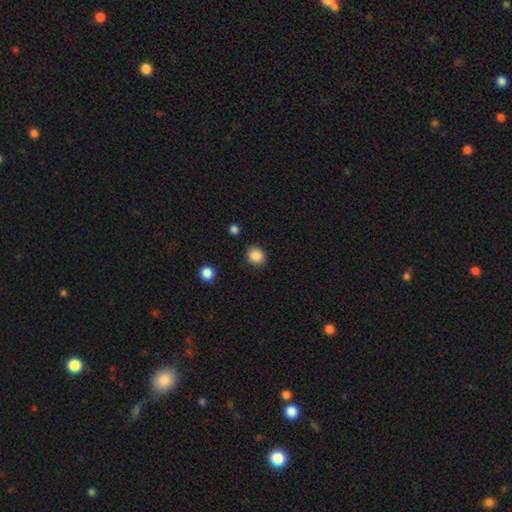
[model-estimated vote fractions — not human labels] This is clearly a smooth galaxy (88%). How rounded: likely round (65%). Merging: clearly none (85%).